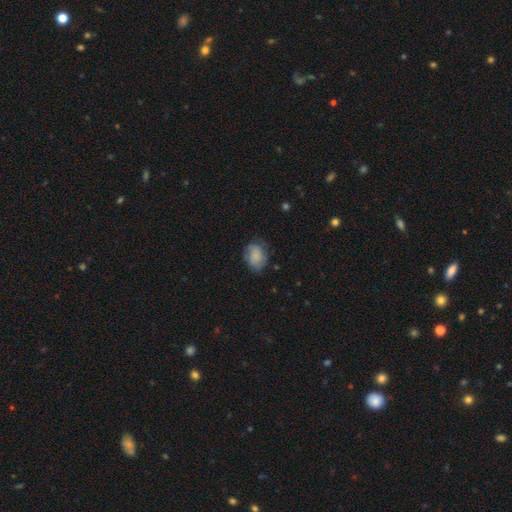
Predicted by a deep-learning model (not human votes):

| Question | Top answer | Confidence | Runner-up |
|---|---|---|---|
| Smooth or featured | smooth | 69% | featured or disk (23%) |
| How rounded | in between | 60% | round (39%) |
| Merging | none | 61% | minor disturbance (27%) |